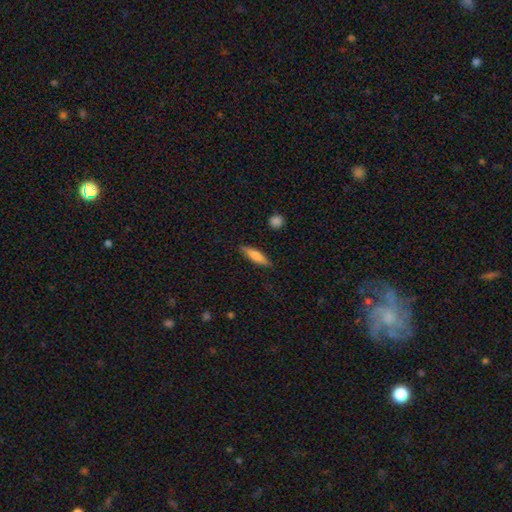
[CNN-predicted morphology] Smooth or featured? smooth (75%)
How rounded? cigar-shaped (72%)
Merging? none (86%)